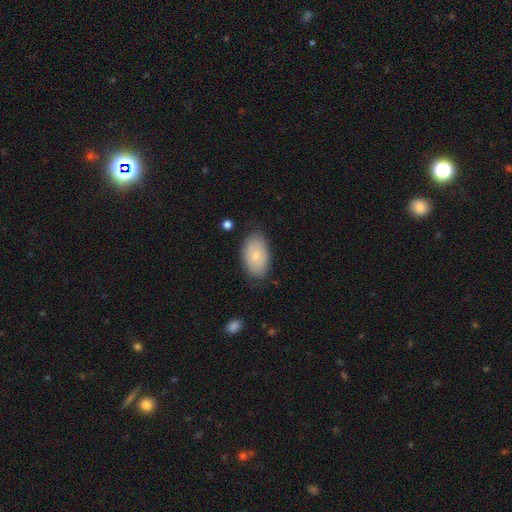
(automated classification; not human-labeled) smooth 72%, featured or disk 22%, star or artifact 6%. Down the decision tree: how rounded — in between (92%); merging — none (76%).